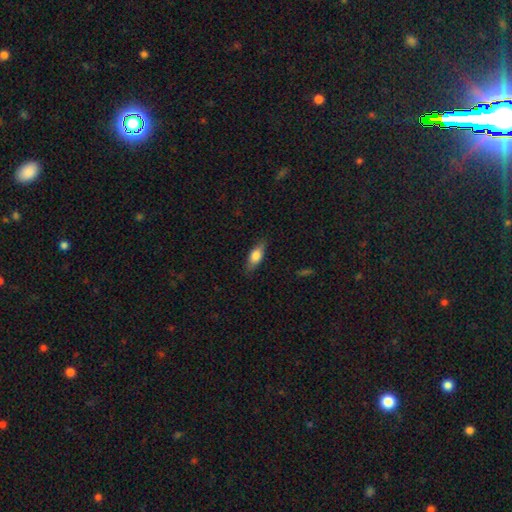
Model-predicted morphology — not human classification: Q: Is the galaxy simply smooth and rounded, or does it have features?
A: smooth — 73%.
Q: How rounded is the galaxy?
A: in between — 71%.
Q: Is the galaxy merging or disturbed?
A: none — 83%.